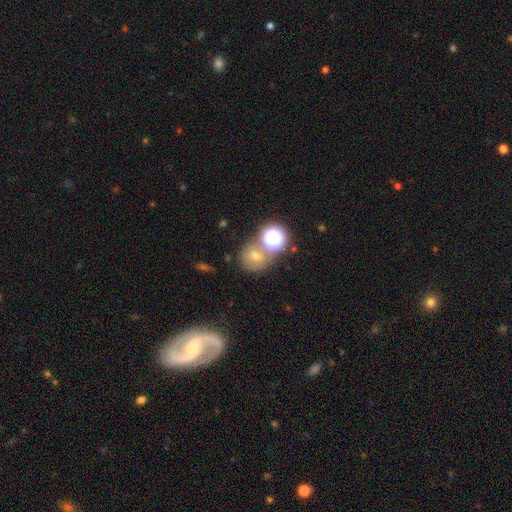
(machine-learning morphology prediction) Q: Smooth or featured?
A: smooth (46%); runner-up: star or artifact (32%)
Q: Merging?
A: none (61%); runner-up: merger (21%)